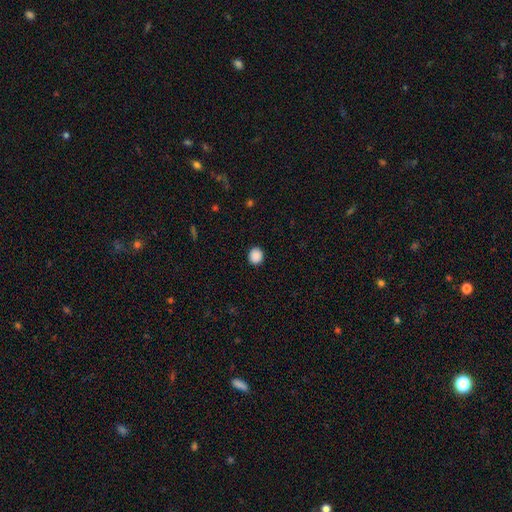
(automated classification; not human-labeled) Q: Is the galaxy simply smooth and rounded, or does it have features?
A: smooth — 89%.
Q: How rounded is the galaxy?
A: round — 79%.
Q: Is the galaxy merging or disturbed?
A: none — 91%.